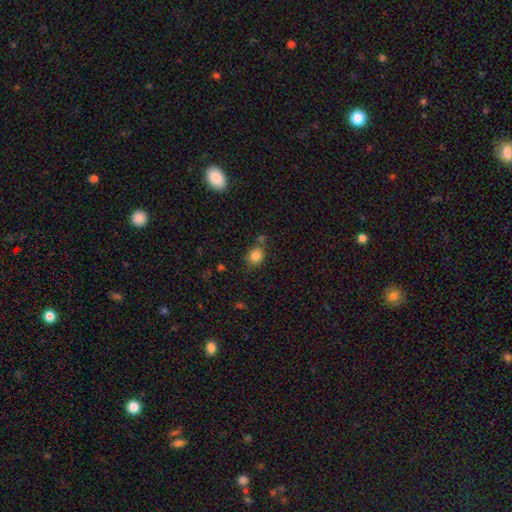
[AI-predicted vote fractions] This is clearly a smooth galaxy (84%). How rounded: likely round (67%). Merging: likely none (65%).